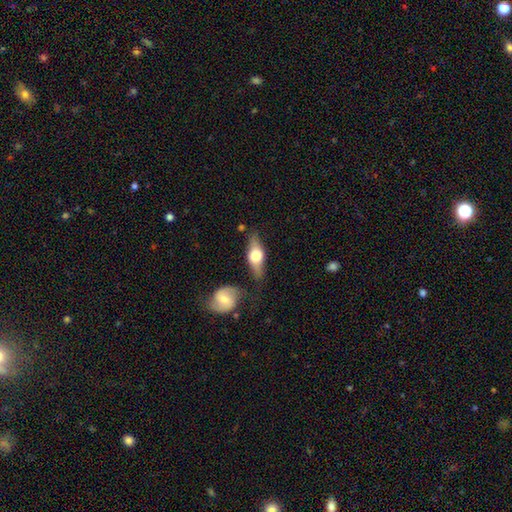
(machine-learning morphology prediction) The model was most divided on "smooth or featured": featured or disk: 52%, smooth: 42%, star or artifact: 5%. More confident: edge-on disk — yes (84%); merging — none (71%).